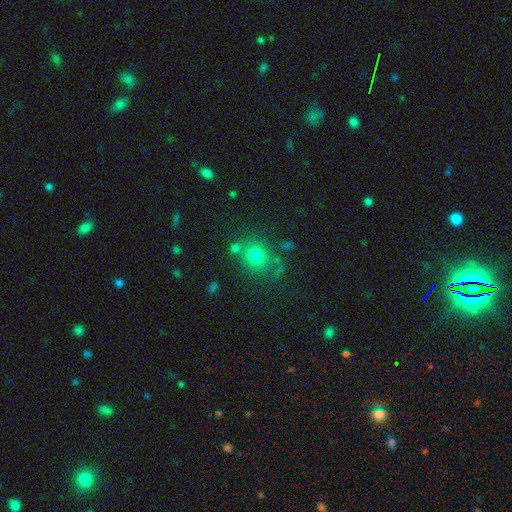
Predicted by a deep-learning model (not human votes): This is likely a smooth galaxy (74%). How rounded: likely round (76%). Merging: likely none (68%).